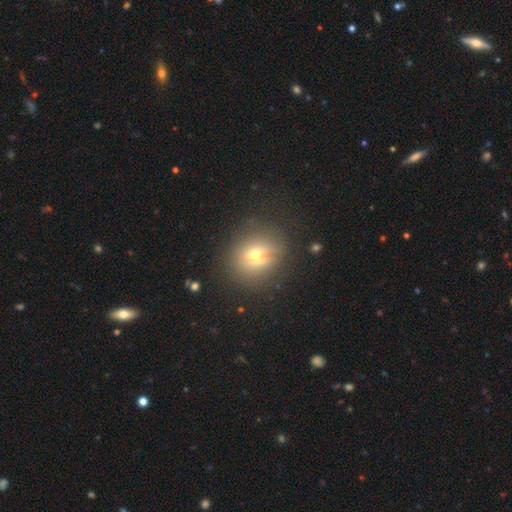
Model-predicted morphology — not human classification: Q: Smooth or featured?
A: smooth (48%); runner-up: featured or disk (35%)
Q: Merging?
A: none (77%); runner-up: minor disturbance (15%)